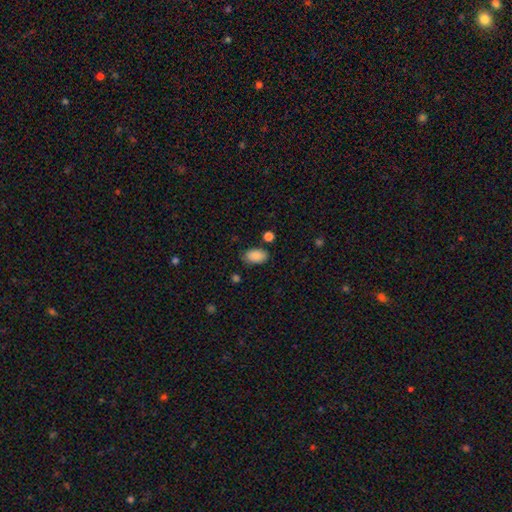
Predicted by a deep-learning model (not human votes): Morphology: type=smooth (88%); roundness=in between (93%); merging=none (79%).